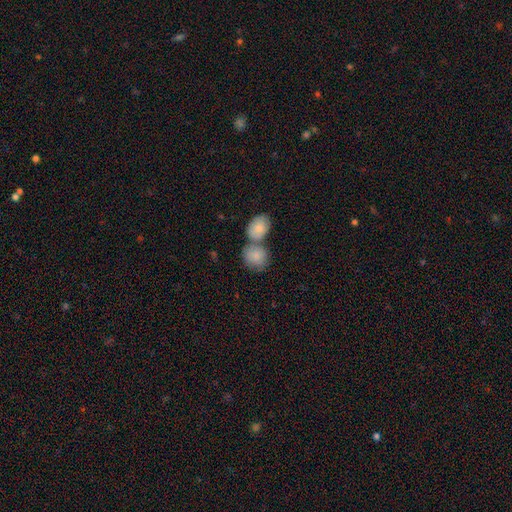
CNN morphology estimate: smooth 85%, featured or disk 9%, star or artifact 6%. Down the decision tree: how rounded — round (66%); merging — merger (50%).